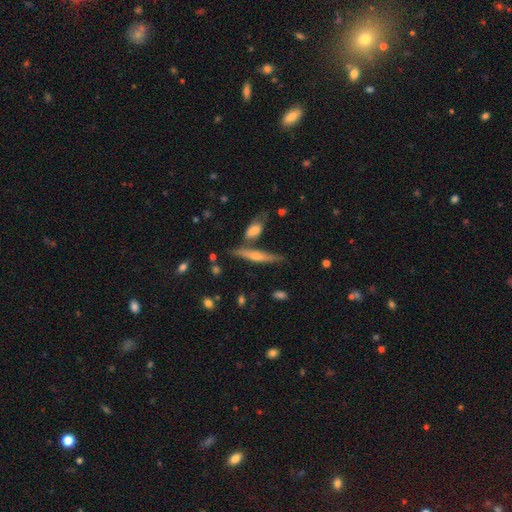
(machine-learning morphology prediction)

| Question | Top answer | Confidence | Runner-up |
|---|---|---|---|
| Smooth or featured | featured or disk | 59% | smooth (33%) |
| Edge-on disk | yes | 94% | no (6%) |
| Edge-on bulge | rounded | 80% | none (15%) |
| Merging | none | 73% | merger (13%) |